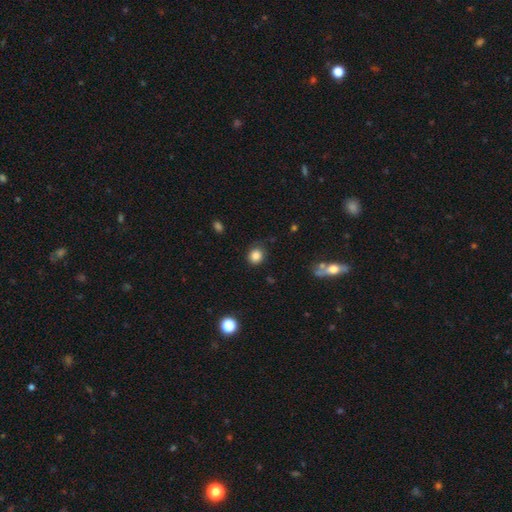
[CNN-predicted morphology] smooth-or-featured: smooth: 84% | star or artifact: 11% | featured or disk: 5%
  how-rounded: round: 82% | in between: 17% | cigar-shaped: 1%
  merging: none: 84% | minor disturbance: 11% | major disturbance: 3% | merger: 2%